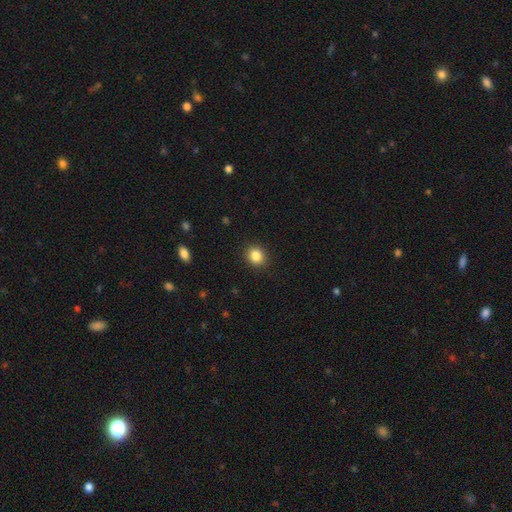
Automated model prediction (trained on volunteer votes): smooth_or_featured: smooth (p=0.85) [alt: star or artifact p=0.10]
how_rounded: round (p=0.77) [alt: in between p=0.23]
merging: none (p=0.91) [alt: minor disturbance p=0.06]